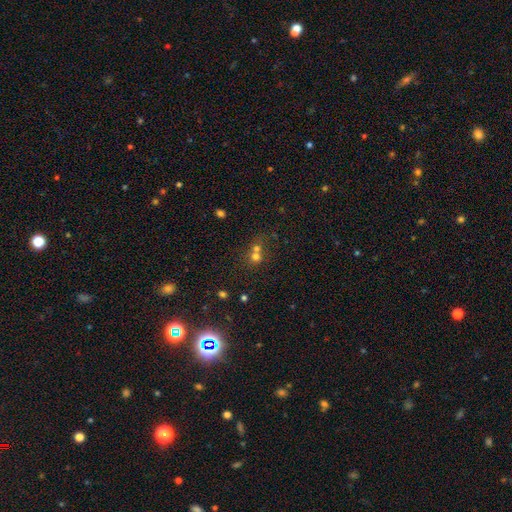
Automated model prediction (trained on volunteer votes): This is likely a smooth galaxy (65%). How rounded: clearly round (82%). Merging: possibly merger (56%).